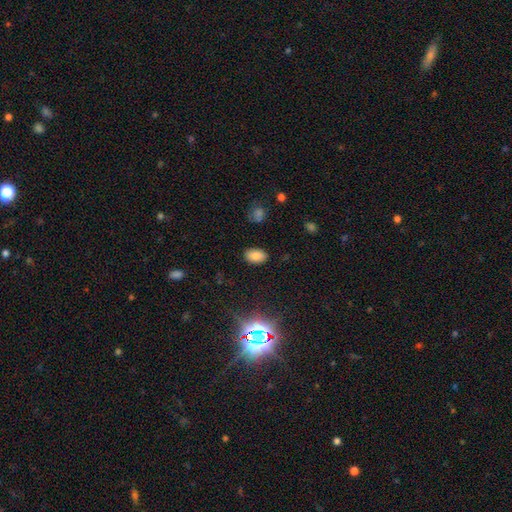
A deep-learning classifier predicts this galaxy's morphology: Smooth or featured?
  - smooth: 81% *
  - star or artifact: 13%
  - featured or disk: 6%
How rounded?
  - in between: 91% *
  - round: 8%
  - cigar-shaped: 1%
Merging?
  - none: 87% *
  - minor disturbance: 9%
  - major disturbance: 3%
  - merger: 1%